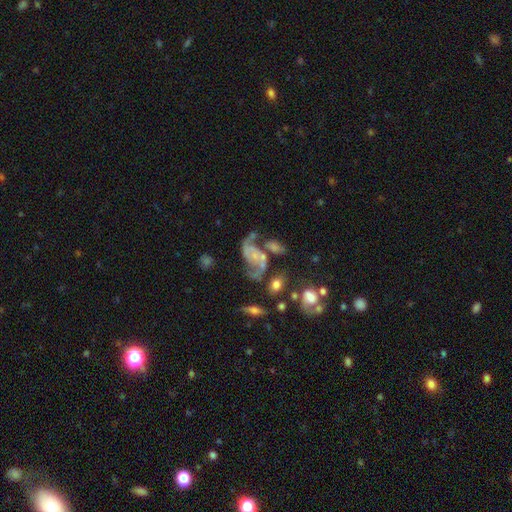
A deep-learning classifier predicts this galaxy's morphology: Q: Smooth or featured?
A: featured or disk (79%); runner-up: smooth (11%)
Q: Edge-on disk?
A: no (97%); runner-up: yes (3%)
Q: Bar?
A: no (63%); runner-up: weak (28%)
Q: Spiral arms?
A: yes (90%); runner-up: no (10%)
Q: Spiral winding?
A: loose (59%); runner-up: medium (32%)
Q: Spiral arm count?
A: 2 (87%); runner-up: 1 (5%)
Q: Bulge size?
A: small (46%); runner-up: none (36%)
Q: Merging?
A: none (36%); runner-up: major disturbance (22%)